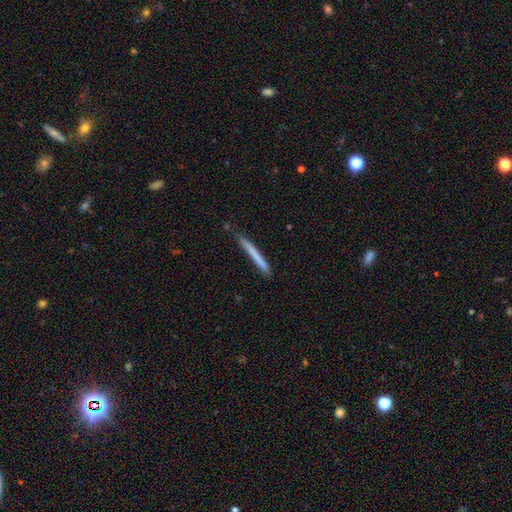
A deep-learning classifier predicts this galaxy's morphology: This appears to be a smooth galaxy with no disk features (68%) that is cigar-shaped (97%). Merging: none (84%).